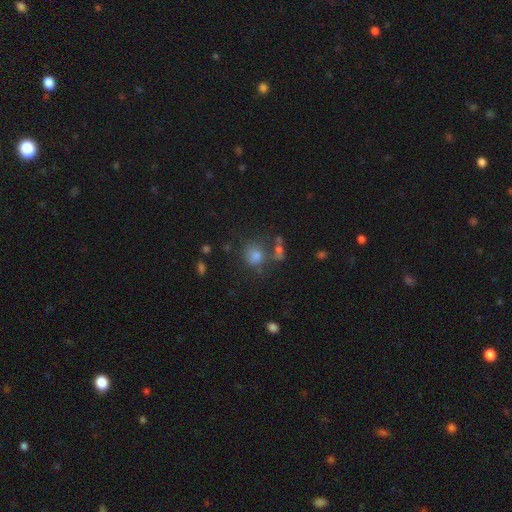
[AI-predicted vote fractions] A smooth galaxy with no disk features (73%) that is round (80%).

Vote fractions:
- Smooth or featured? smooth: 73% / star or artifact: 17% / featured or disk: 10%
- How rounded? round: 80% / in between: 19% / cigar-shaped: 1%
- Merging? none: 63% / merger: 17% / minor disturbance: 14% / major disturbance: 6%